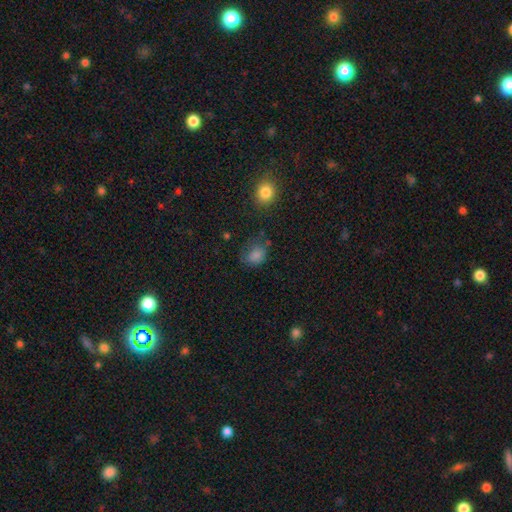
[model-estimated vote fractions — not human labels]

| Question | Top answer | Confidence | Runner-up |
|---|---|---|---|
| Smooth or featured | smooth | 79% | star or artifact (13%) |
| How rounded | in between | 52% | round (47%) |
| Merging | none | 53% | minor disturbance (28%) |